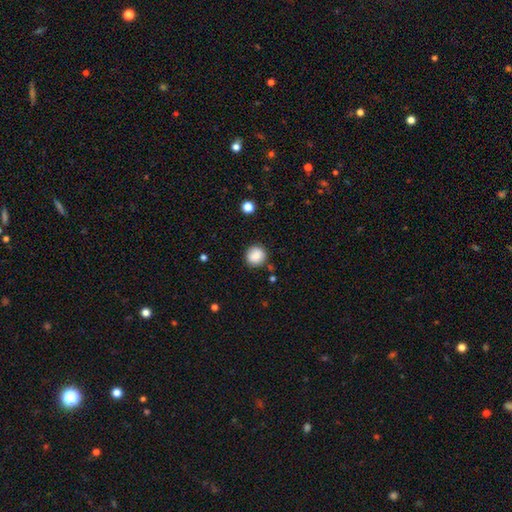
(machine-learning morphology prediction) This is clearly a smooth galaxy (87%). How rounded: clearly round (91%). Merging: clearly none (85%).